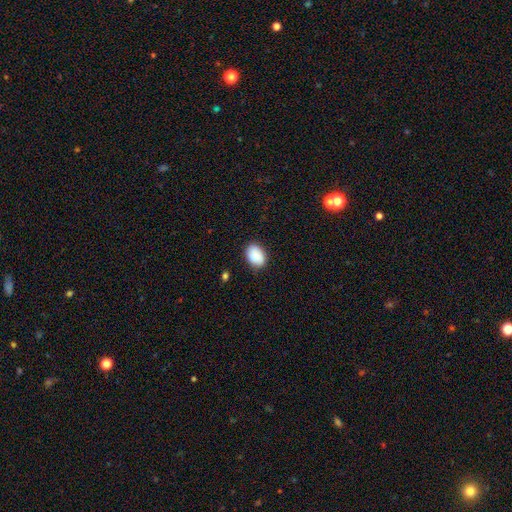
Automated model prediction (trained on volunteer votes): This is clearly a smooth galaxy (90%). How rounded: clearly in between (83%). Merging: clearly none (85%).